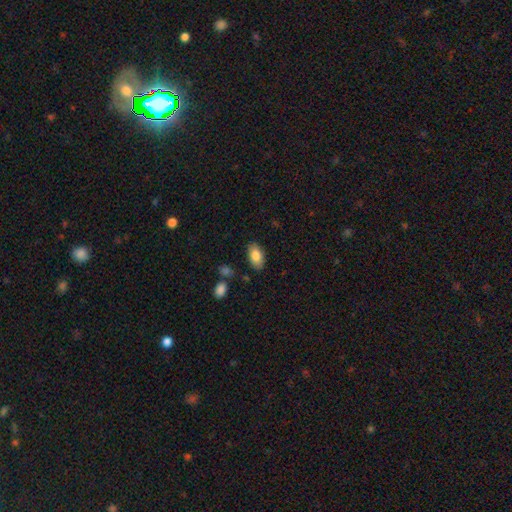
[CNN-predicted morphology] A smooth galaxy with no disk features (84%) that is in between round and cigar-shaped (94%).

Vote fractions:
- Smooth or featured? smooth: 84% / featured or disk: 10% / star or artifact: 7%
- How rounded? in between: 94% / round: 4% / cigar-shaped: 2%
- Merging? none: 84% / minor disturbance: 11% / major disturbance: 3% / merger: 2%